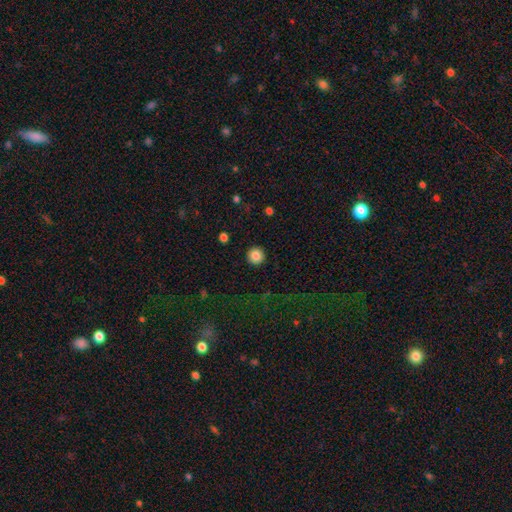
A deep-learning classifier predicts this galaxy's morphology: Smooth or featured? smooth (85%)
How rounded? round (96%)
Merging? none (93%)